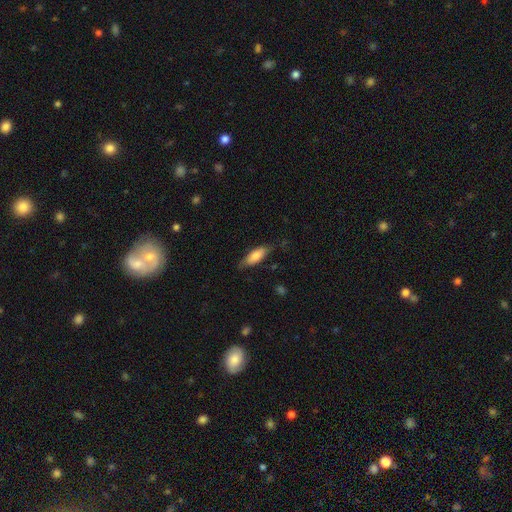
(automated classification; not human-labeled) This appears to be a smooth galaxy with no disk features (76%) that is in between round and cigar-shaped (67%). Merging: none (71%).